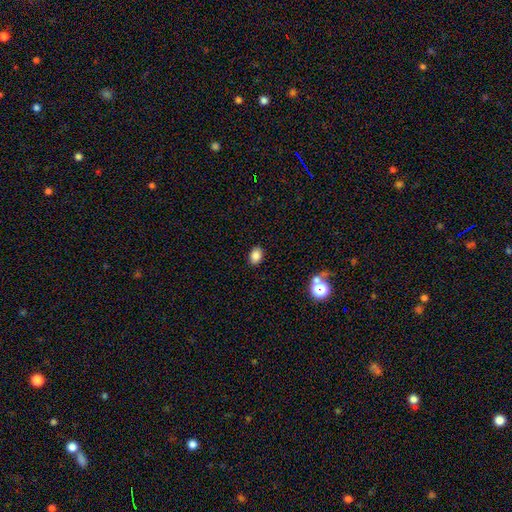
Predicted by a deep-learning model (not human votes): A smooth galaxy with no disk features (84%) that is in between round and cigar-shaped (76%).

Vote fractions:
- Smooth or featured? smooth: 84% / star or artifact: 11% / featured or disk: 5%
- How rounded? in between: 76% / round: 23% / cigar-shaped: 1%
- Merging? none: 88% / minor disturbance: 8% / major disturbance: 2% / merger: 1%